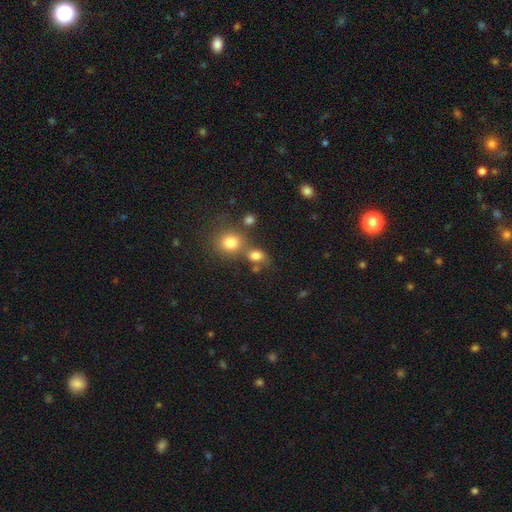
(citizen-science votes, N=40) Q: Smooth or featured?
A: smooth (82%); runner-up: star or artifact (10%)
Q: How rounded?
A: in between (67%); runner-up: round (33%)
Q: Merging?
A: none (47%); runner-up: merger (25%)